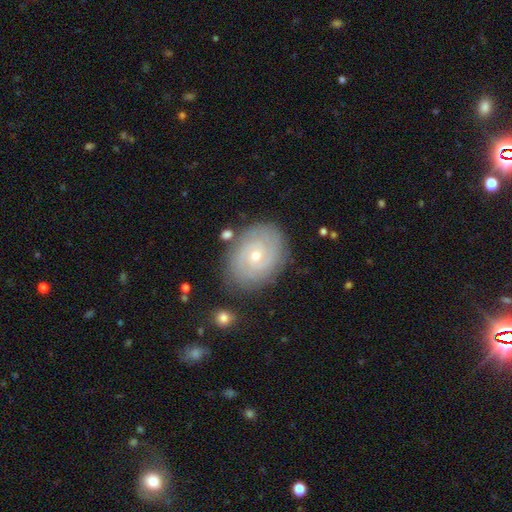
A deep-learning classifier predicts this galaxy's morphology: smooth_or_featured: featured or disk (p=0.81) [alt: smooth p=0.13]
disk_edge_on: no (p=0.97) [alt: yes p=0.03]
bar: no (p=0.61) [alt: weak p=0.34]
has_spiral_arms: yes (p=0.94) [alt: no p=0.06]
spiral_winding: tight (p=0.72) [alt: medium p=0.23]
spiral_arm_count: 2 (p=0.50) [alt: can't tell p=0.24]
bulge_size: small (p=0.59) [alt: moderate p=0.38]
merging: none (p=0.83) [alt: minor disturbance p=0.12]